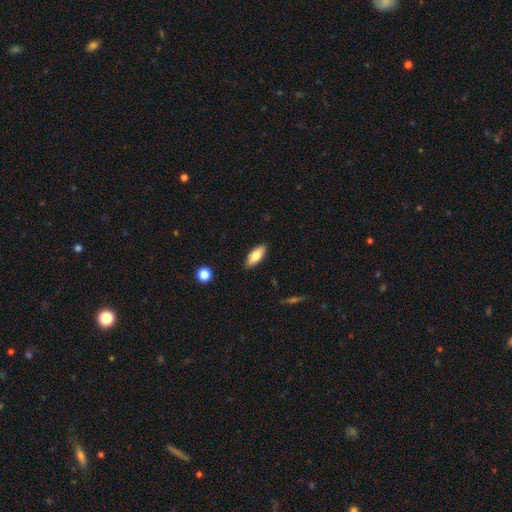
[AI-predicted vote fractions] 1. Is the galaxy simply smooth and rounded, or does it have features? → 76% smooth, 18% featured or disk, 7% star or artifact.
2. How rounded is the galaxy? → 81% in between, 17% cigar-shaped, 2% round.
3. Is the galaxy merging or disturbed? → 88% none, 9% minor disturbance, 2% major disturbance, 1% merger.